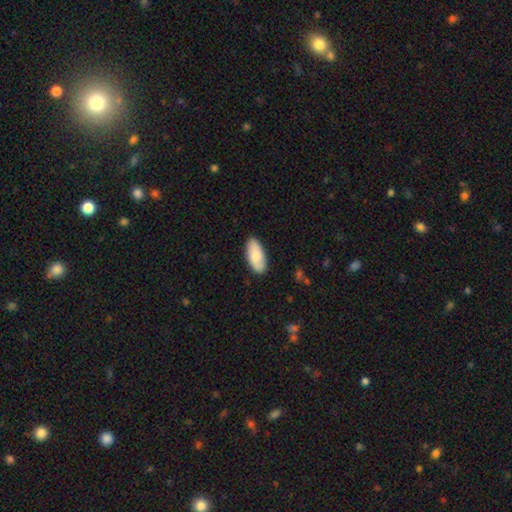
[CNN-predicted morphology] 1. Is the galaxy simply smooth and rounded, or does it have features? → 76% smooth, 18% featured or disk, 5% star or artifact.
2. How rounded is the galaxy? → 91% in between, 7% cigar-shaped, 2% round.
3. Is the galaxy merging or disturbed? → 86% none, 11% minor disturbance, 2% major disturbance, 1% merger.